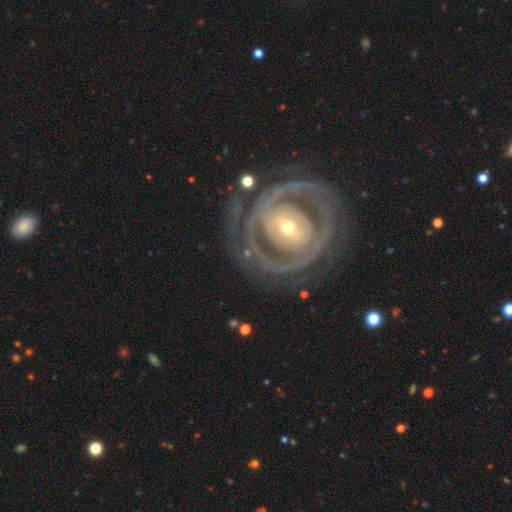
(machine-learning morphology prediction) This appears to be a featured or disk galaxy (87%) with no bar (41%), 2 (47%) tight (72%) spiral arms (86%) and a small central bulge (57%). Merging: none (73%).